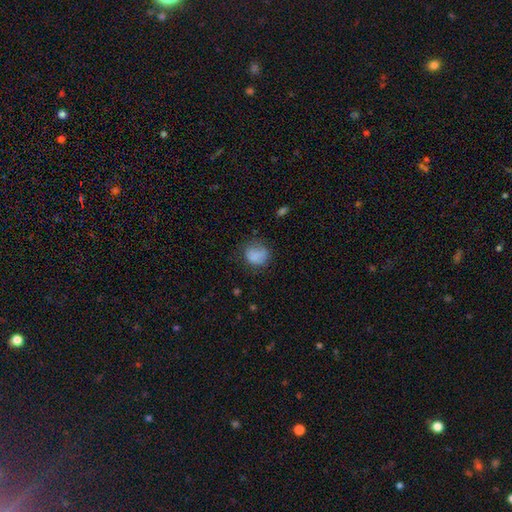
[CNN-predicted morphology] The model was most divided on "how rounded": round: 64%, in between: 35%, cigar-shaped: 1%. More confident: smooth or featured — smooth (80%); merging — none (57%).